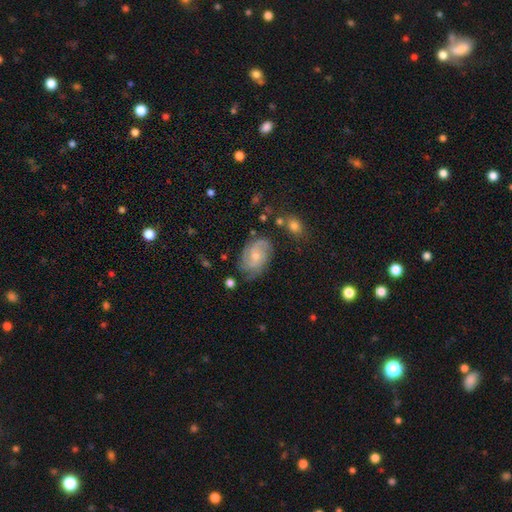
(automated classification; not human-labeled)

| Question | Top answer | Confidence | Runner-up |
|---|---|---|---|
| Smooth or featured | featured or disk | 76% | smooth (17%) |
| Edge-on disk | no | 97% | yes (3%) |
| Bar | no | 65% | weak (31%) |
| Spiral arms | yes | 95% | no (5%) |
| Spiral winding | tight | 47% | medium (41%) |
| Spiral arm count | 2 | 33% | 3 (30%) |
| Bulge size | small | 59% | moderate (34%) |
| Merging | none | 71% | minor disturbance (20%) |